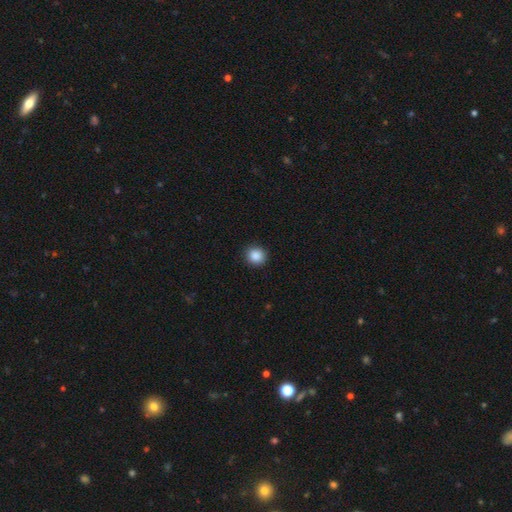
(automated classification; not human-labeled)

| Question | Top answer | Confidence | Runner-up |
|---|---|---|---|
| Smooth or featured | smooth | 88% | star or artifact (9%) |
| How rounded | round | 89% | in between (10%) |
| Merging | none | 92% | minor disturbance (6%) |